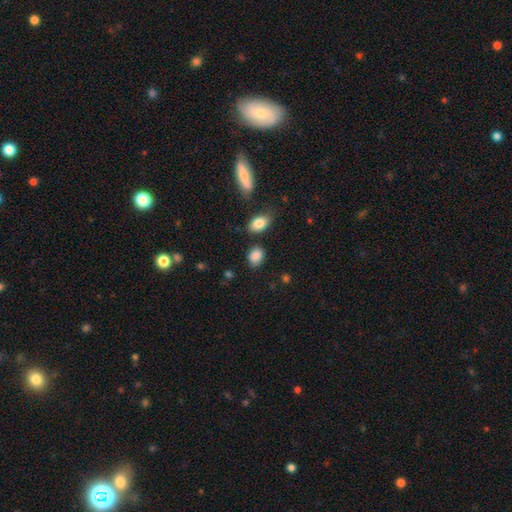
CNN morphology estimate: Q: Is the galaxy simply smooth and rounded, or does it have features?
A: smooth — 87%.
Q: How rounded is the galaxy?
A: in between — 68%.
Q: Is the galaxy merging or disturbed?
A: none — 76%.